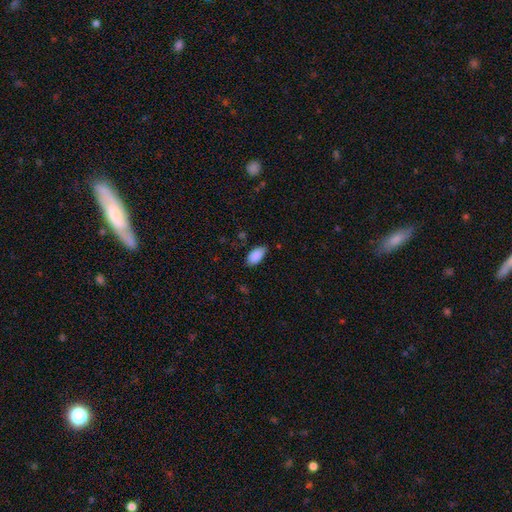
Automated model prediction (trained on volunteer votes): Q: Smooth or featured?
A: smooth (89%); runner-up: star or artifact (7%)
Q: How rounded?
A: in between (94%); runner-up: cigar-shaped (3%)
Q: Merging?
A: none (71%); runner-up: minor disturbance (24%)